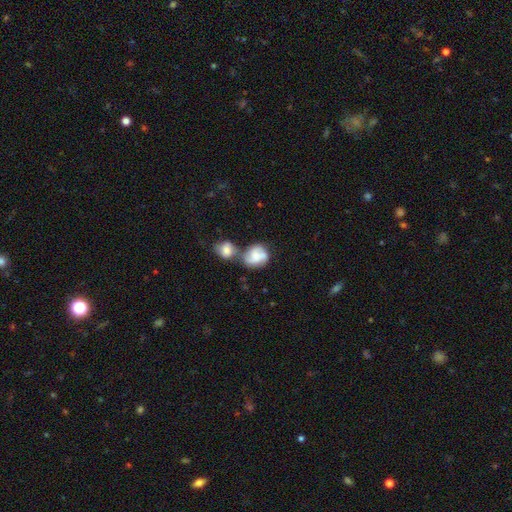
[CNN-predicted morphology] Smooth or featured? smooth (48%)
Merging? merger (51%)